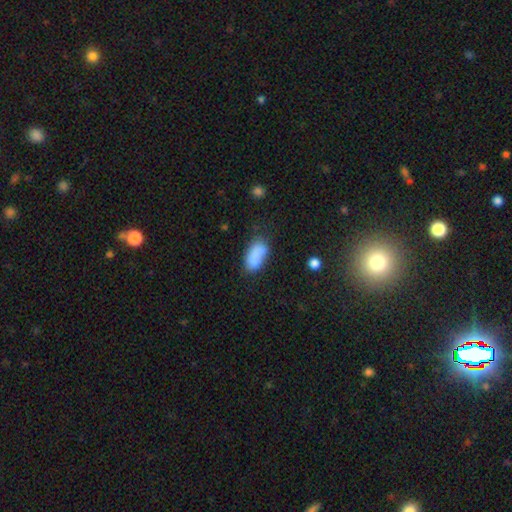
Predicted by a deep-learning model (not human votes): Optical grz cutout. It shows a smooth galaxy with no disk features (81%) that is in between round and cigar-shaped (92%). Merging: none (52%).